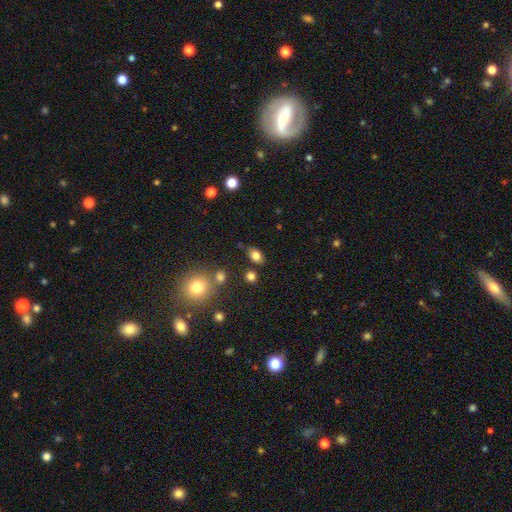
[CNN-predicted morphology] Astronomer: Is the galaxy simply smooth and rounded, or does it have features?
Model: smooth — 80%.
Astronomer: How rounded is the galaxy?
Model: in between — 81%.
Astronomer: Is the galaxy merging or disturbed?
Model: none — 73%.